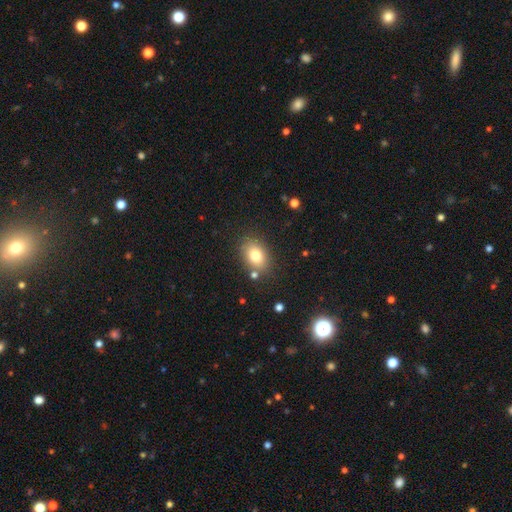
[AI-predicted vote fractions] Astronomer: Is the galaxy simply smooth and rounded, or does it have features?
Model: smooth — 79%.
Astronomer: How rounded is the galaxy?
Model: in between — 75%.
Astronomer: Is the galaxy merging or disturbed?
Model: none — 80%.